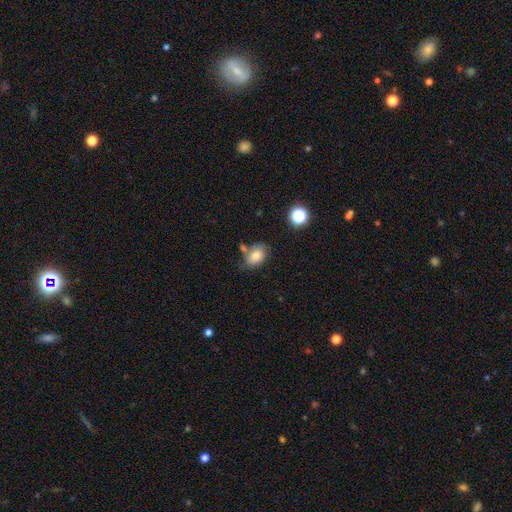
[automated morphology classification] smooth-or-featured: smooth: 78% | featured or disk: 12% | star or artifact: 10%
  how-rounded: in between: 77% | round: 21% | cigar-shaped: 1%
  merging: none: 58% | minor disturbance: 22% | merger: 14% | major disturbance: 6%